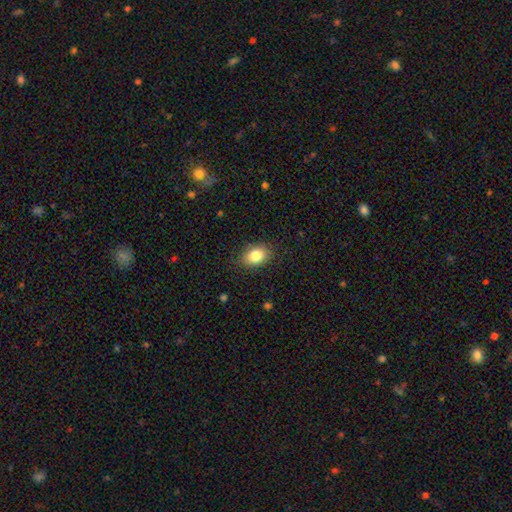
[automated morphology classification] A smooth galaxy with no disk features (84%) that is in between round and cigar-shaped (81%). Merging: none (84%).